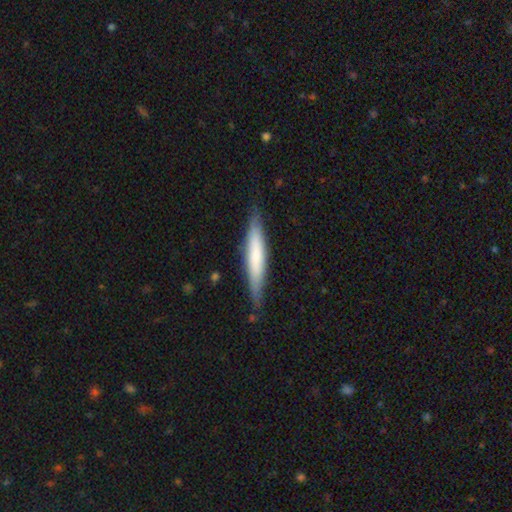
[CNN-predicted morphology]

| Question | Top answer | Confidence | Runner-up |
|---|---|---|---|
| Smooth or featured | smooth | 60% | featured or disk (34%) |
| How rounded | cigar-shaped | 91% | in between (8%) |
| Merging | none | 84% | minor disturbance (13%) |